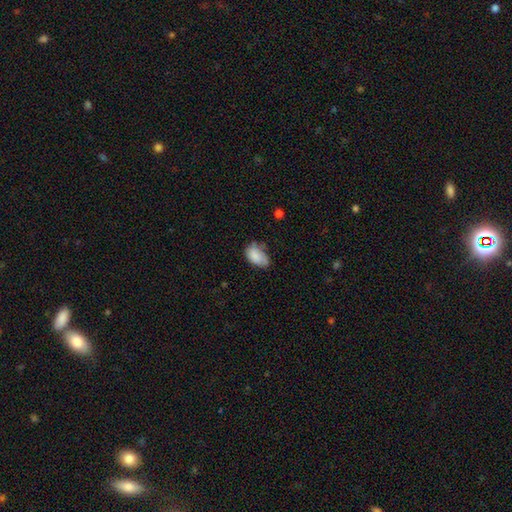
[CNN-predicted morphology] This appears to be a smooth galaxy with no disk features (83%) that is in between round and cigar-shaped (91%). Merging: none (44%).